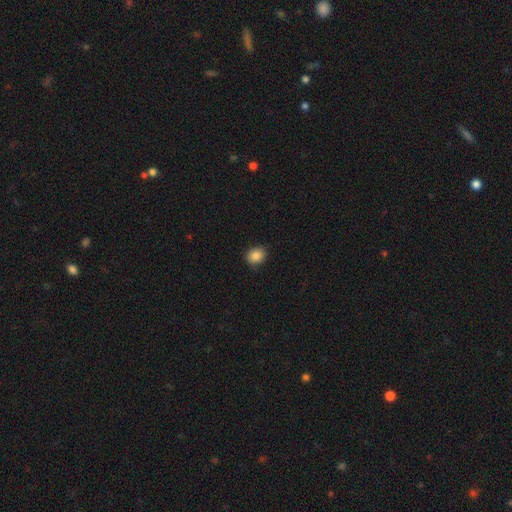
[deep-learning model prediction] The model was most divided on "how rounded": round: 62%, in between: 37%, cigar-shaped: 1%. More confident: merging — none (87%); smooth or featured — smooth (86%).